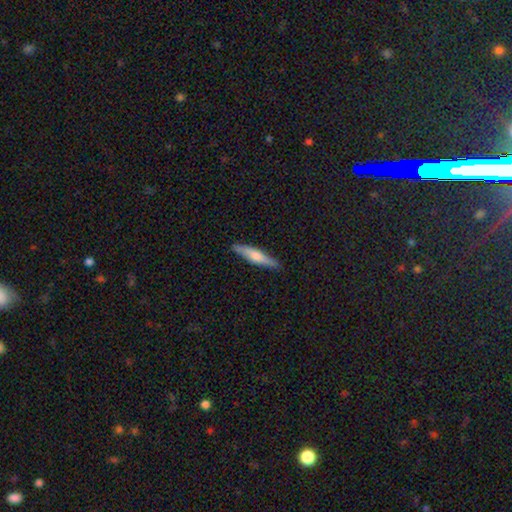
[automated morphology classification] Smooth or featured: smooth — 51% (featured or disk — 43%)
How rounded: cigar-shaped — 87% (in between — 11%)
Merging: none — 88% (minor disturbance — 9%)